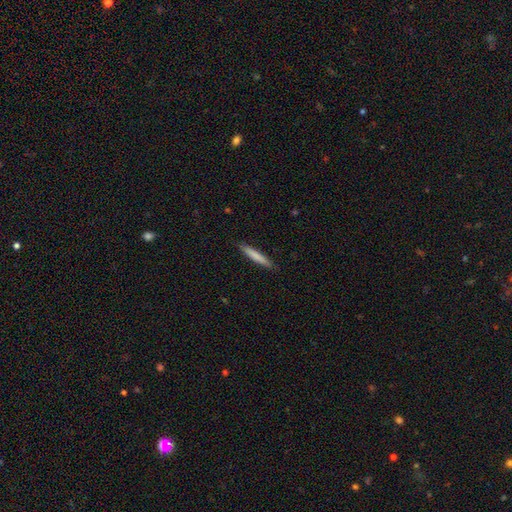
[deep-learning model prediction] Smooth or featured? smooth (77%)
How rounded? cigar-shaped (95%)
Merging? none (90%)